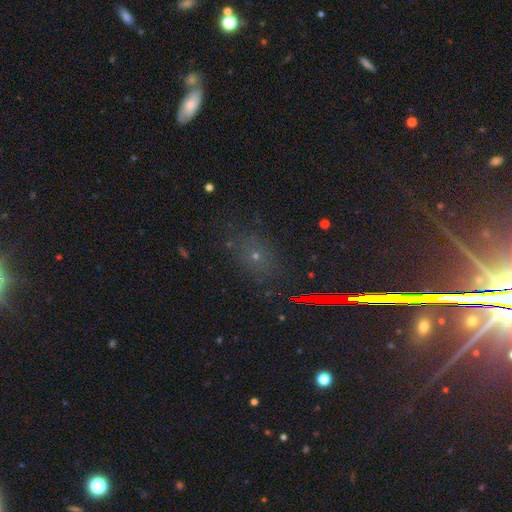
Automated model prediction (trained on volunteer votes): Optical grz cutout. It shows a smooth galaxy with no disk features (46%). Merging: none (78%).